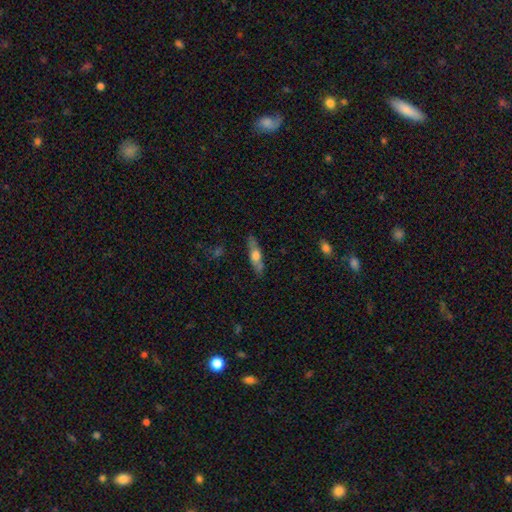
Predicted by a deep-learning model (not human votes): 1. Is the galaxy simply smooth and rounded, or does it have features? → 47% smooth, 46% featured or disk, 6% star or artifact.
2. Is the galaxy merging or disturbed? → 81% none, 13% minor disturbance, 3% major disturbance, 2% merger.